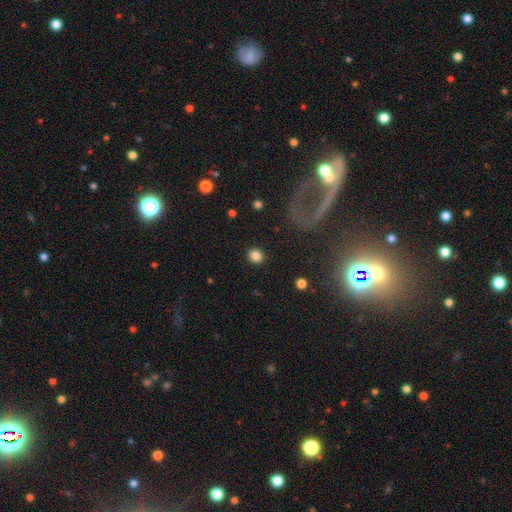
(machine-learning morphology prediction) A smooth galaxy with no disk features (85%) that is round (79%).

Vote fractions:
- Smooth or featured? smooth: 85% / star or artifact: 10% / featured or disk: 5%
- How rounded? round: 79% / in between: 20% / cigar-shaped: 1%
- Merging? none: 91% / minor disturbance: 6% / major disturbance: 2% / merger: 1%